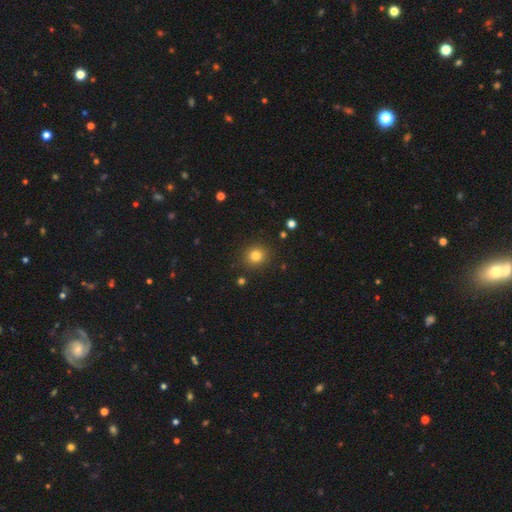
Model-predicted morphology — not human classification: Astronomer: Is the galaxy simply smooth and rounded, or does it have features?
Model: smooth — 81%.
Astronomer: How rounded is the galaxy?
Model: round — 89%.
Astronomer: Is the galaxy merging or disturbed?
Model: none — 89%.